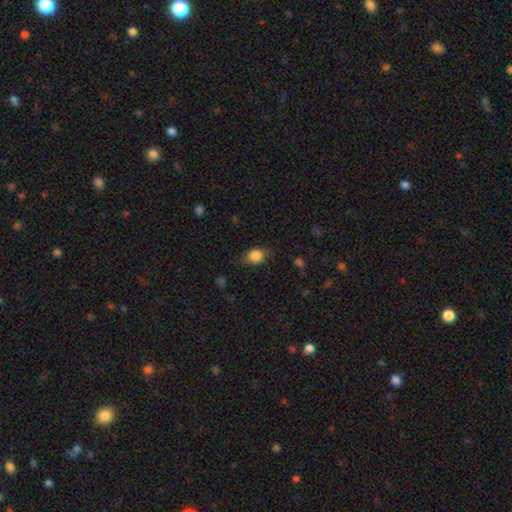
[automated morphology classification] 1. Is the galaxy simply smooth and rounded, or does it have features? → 82% smooth, 10% star or artifact, 9% featured or disk.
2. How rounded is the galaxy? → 60% round, 39% in between, 2% cigar-shaped.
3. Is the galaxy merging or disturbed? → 66% none, 25% minor disturbance, 8% major disturbance, 1% merger.